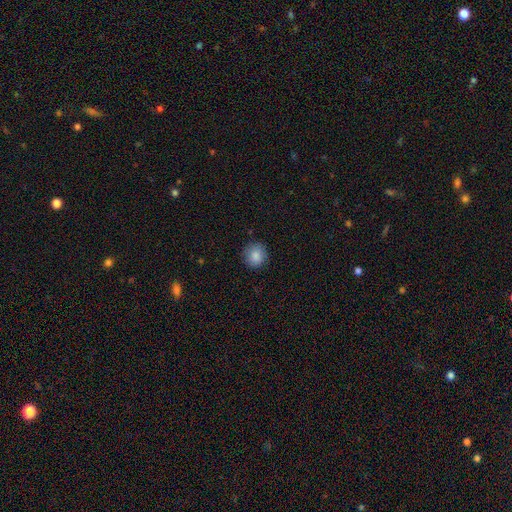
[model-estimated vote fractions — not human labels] This appears to be a smooth galaxy with no disk features (86%) that is round (88%). Merging: none (86%).